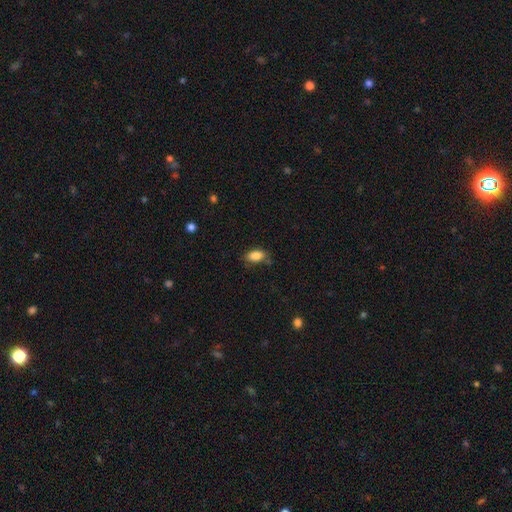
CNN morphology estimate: This is clearly a smooth galaxy (86%). How rounded: clearly in between (90%). Merging: likely none (70%).